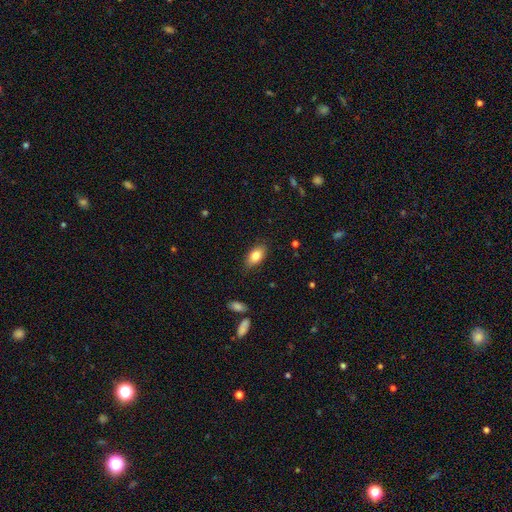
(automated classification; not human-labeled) A smooth galaxy with no disk features (81%) that is in between round and cigar-shaped (90%). Merging: none (85%).